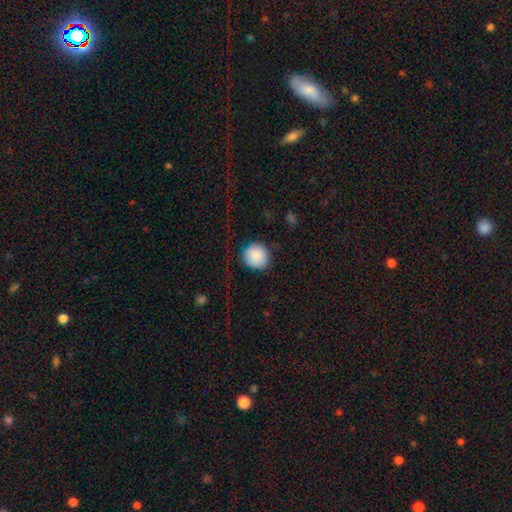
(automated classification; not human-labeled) smooth 87%, star or artifact 7%, featured or disk 6%. Down the decision tree: how rounded — round (92%); merging — none (74%).